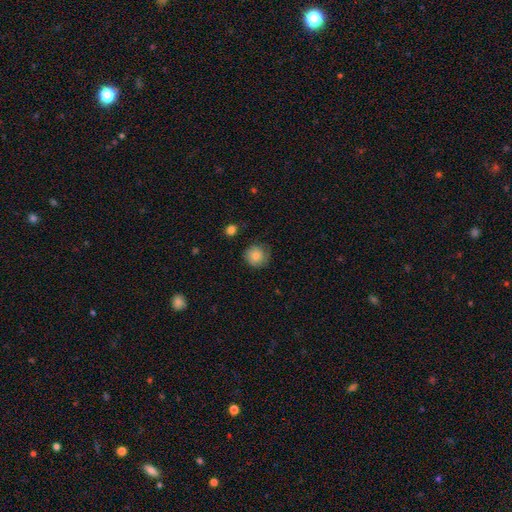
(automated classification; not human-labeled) This is clearly a smooth galaxy (82%). How rounded: clearly round (92%). Merging: likely none (75%).